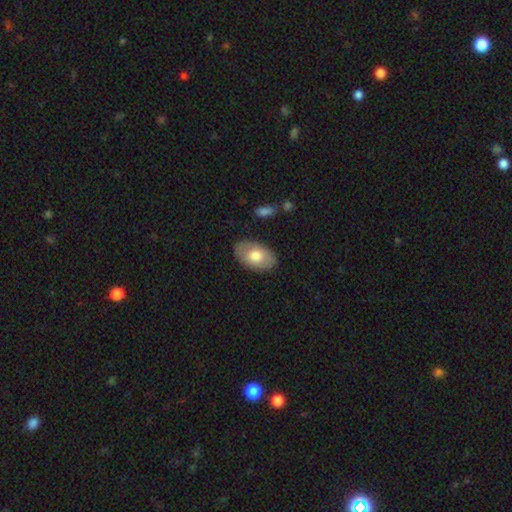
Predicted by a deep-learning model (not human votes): Overall: smooth (70%). How rounded: in between (92%). Merging: none (82%).